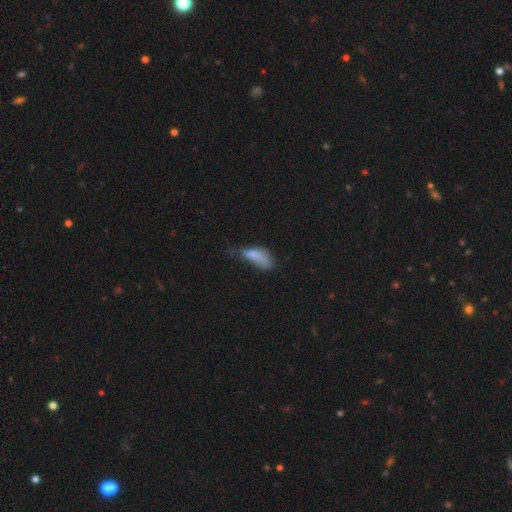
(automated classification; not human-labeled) Smooth or featured? Predicted: smooth (p=0.75). How rounded? Predicted: in between (p=0.75). Merging? Predicted: minor disturbance (p=0.35, tied with major disturbance).